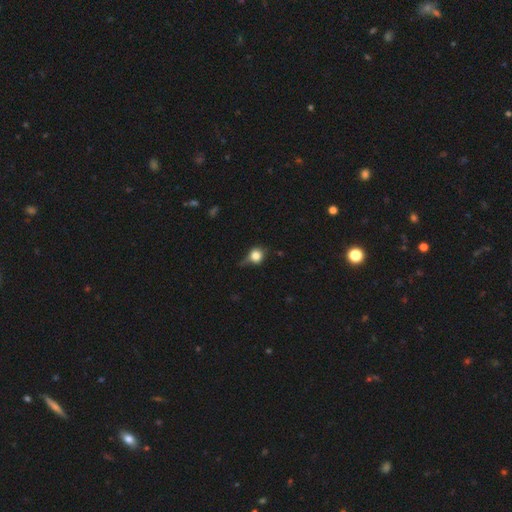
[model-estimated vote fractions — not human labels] smooth_or_featured: smooth (p=0.73) [alt: featured or disk p=0.16]
how_rounded: round (p=0.82) [alt: in between p=0.17]
merging: none (p=0.53) [alt: minor disturbance p=0.32]